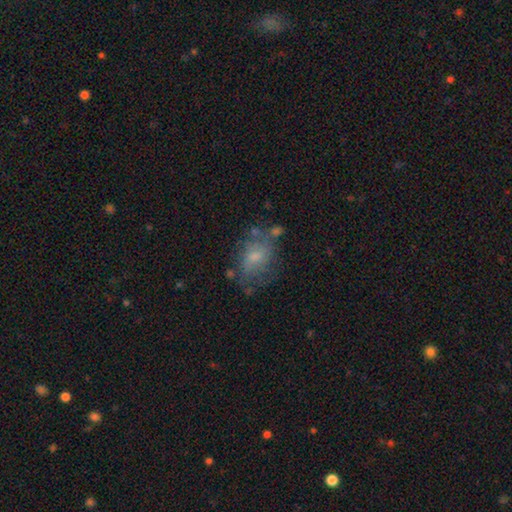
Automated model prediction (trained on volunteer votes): smooth-or-featured: smooth: 48% | featured or disk: 40% | star or artifact: 13%
  merging: none: 55% | minor disturbance: 23% | major disturbance: 15% | merger: 8%